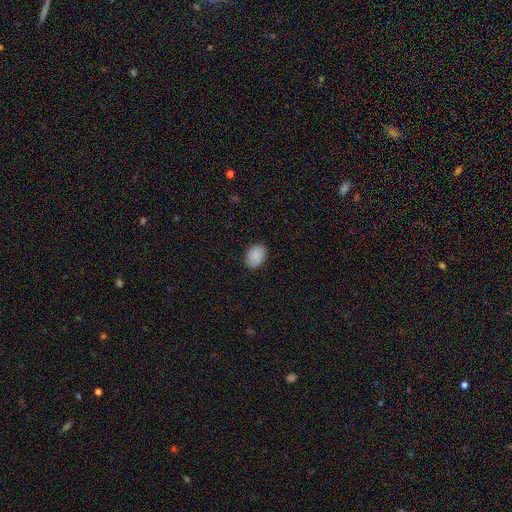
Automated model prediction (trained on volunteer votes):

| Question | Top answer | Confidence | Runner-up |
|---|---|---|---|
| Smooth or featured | smooth | 86% | star or artifact (8%) |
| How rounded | in between | 75% | round (24%) |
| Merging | none | 83% | minor disturbance (14%) |